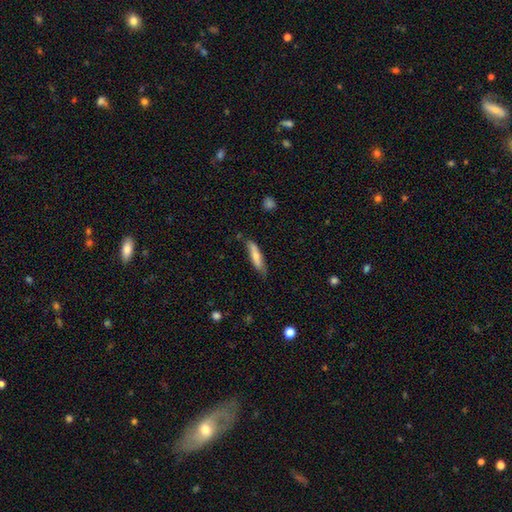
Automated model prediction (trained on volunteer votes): Smooth or featured? smooth (69%)
How rounded? cigar-shaped (77%)
Merging? none (70%)